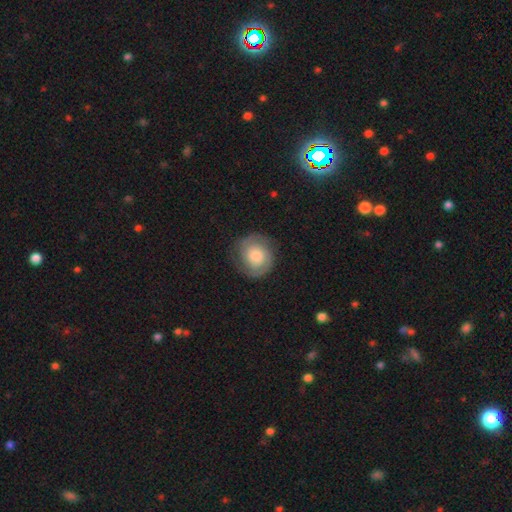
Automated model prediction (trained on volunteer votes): Overall: featured or disk (62%; smooth 31%). Edge-on disk: no (98%). Bar: no (75%). Spiral arms: yes (90%). Spiral arm count: 2 (83%). Spiral winding: tight (58%; medium 32%). Bulge size: moderate (44%; large 24%). Merging: none (81%).